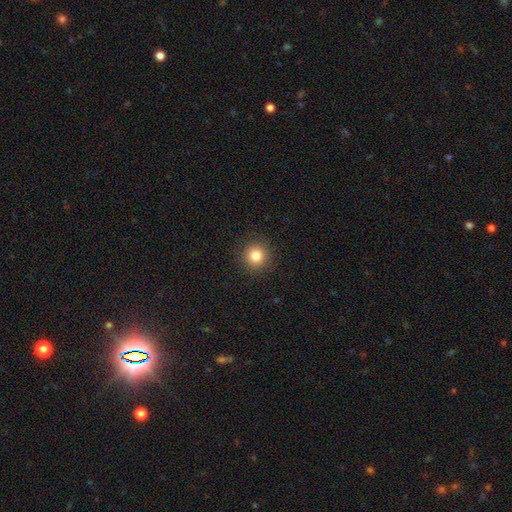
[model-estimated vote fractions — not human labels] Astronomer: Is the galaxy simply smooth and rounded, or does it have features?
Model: smooth — 82%.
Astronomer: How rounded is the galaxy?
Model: round — 94%.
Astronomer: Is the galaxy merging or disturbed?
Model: none — 92%.